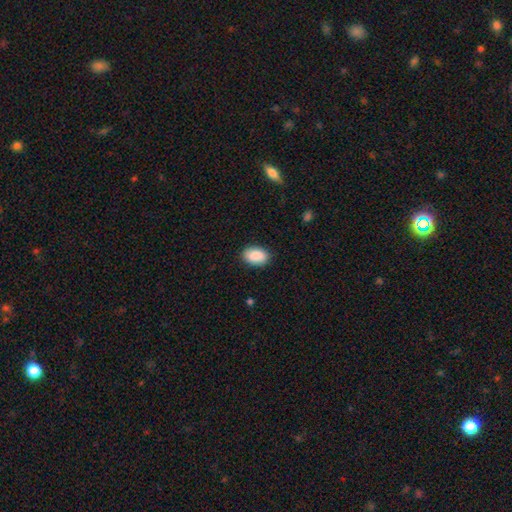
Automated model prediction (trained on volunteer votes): The model was most divided on "merging": none: 87%, minor disturbance: 10%, major disturbance: 2%, merger: 1%. More confident: smooth or featured — smooth (90%); how rounded — in between (88%).